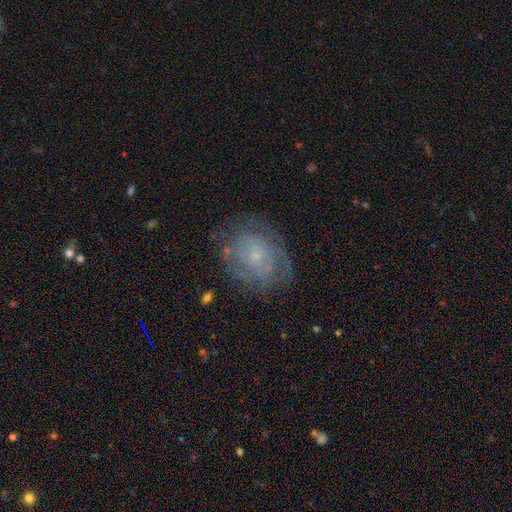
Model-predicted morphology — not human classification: Smooth or featured?
  - featured or disk: 63% *
  - smooth: 27%
  - star or artifact: 10%
Edge-on disk?
  - no: 97% *
  - yes: 3%
Bar?
  - no: 81% *
  - weak: 16%
  - strong: 3%
Spiral arms?
  - yes: 72% *
  - no: 28%
Bulge size?
  - small: 76% *
  - moderate: 14%
  - none: 8%
  - large: 2%
  - dominant: 1%
Merging?
  - none: 70% *
  - minor disturbance: 18%
  - major disturbance: 10%
  - merger: 1%